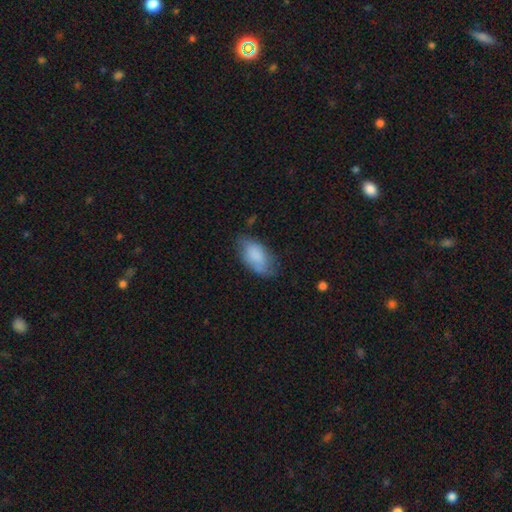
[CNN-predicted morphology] The model was most divided on "merging": none: 58%, minor disturbance: 32%, major disturbance: 9%, merger: 2%. More confident: how rounded — in between (93%); smooth or featured — smooth (79%).